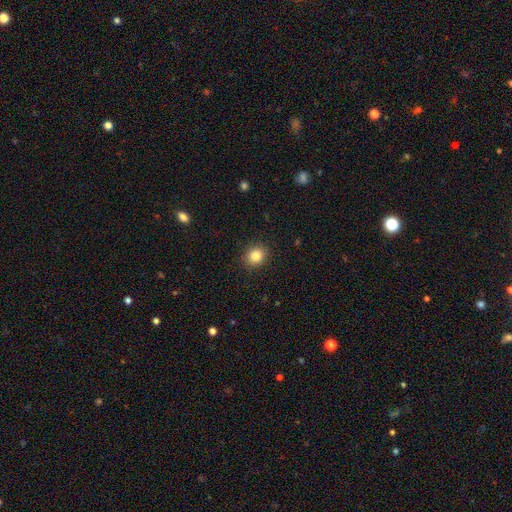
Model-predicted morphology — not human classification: Overall: smooth (84%). How rounded: round (84%). Merging: none (90%).